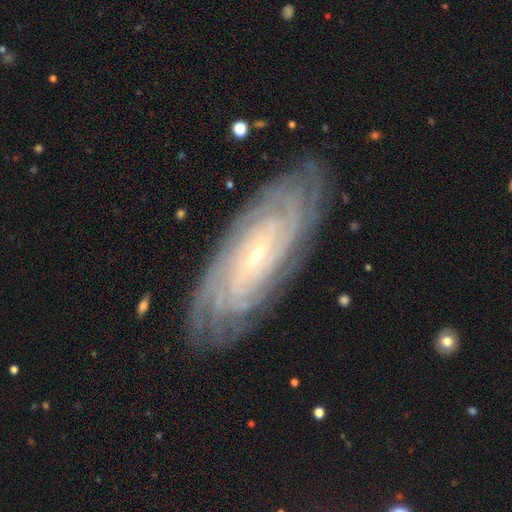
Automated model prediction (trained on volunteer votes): A featured or disk galaxy (87%) with no bar (49%), tight (85%) spiral arms (97%) and a small central bulge (85%). Merging: none (85%).